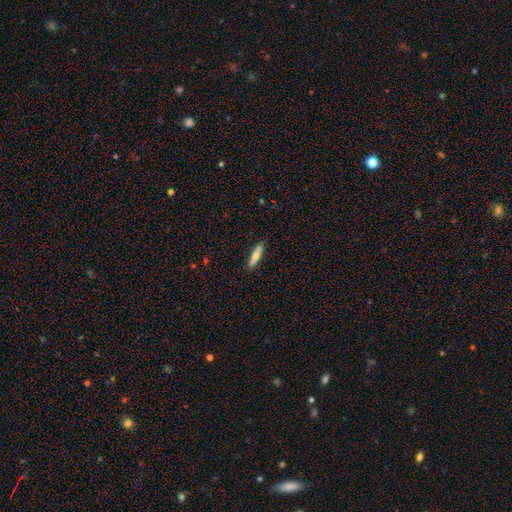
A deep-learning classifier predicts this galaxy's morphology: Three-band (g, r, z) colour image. It shows a smooth galaxy with no disk features (64%) that is cigar-shaped (69%). Merging: none (82%).